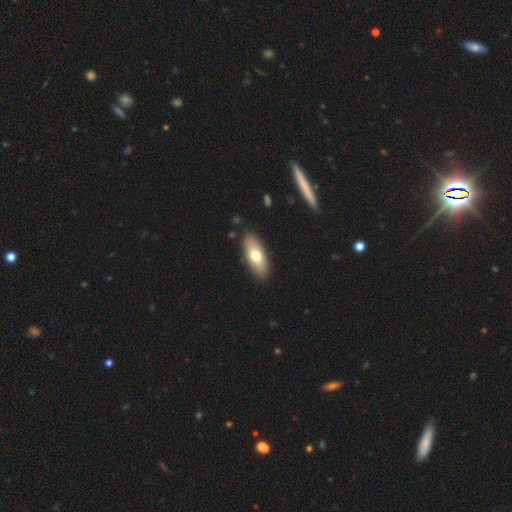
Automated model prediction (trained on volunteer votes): Smooth or featured: smooth — 70% (featured or disk — 24%)
How rounded: in between — 81% (cigar-shaped — 17%)
Merging: none — 88% (minor disturbance — 8%)